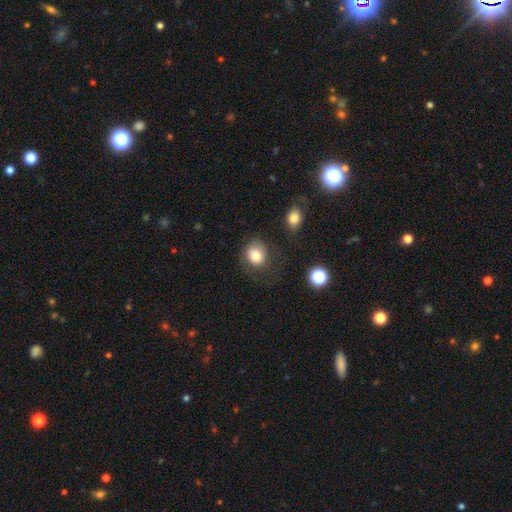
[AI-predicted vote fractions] Morphology: type=smooth (81%); roundness=round (66%); merging=none (59%).